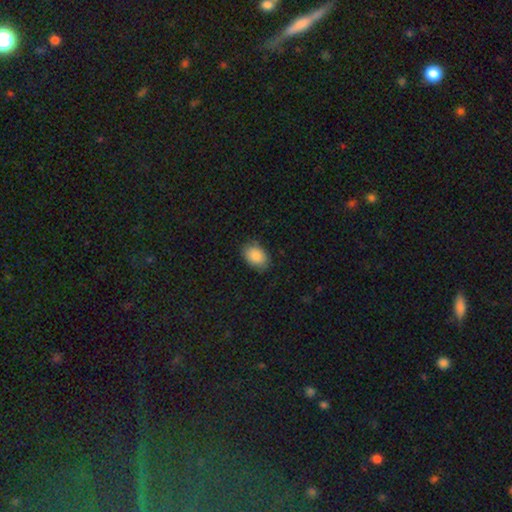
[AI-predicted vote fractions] A smooth galaxy with no disk features (88%) that is in between round and cigar-shaped (83%). Merging: none (81%).